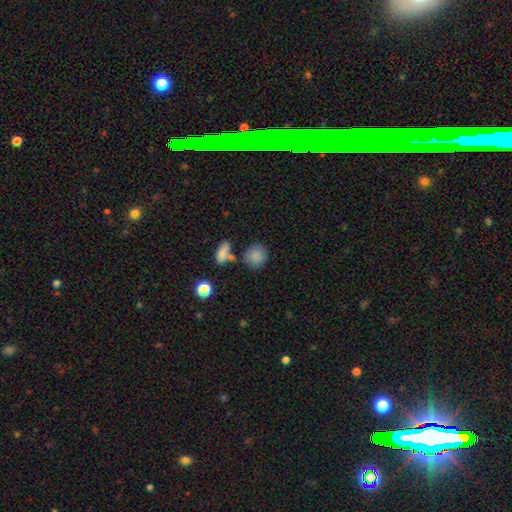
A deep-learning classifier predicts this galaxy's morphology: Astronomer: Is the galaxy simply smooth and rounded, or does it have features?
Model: smooth — 85%.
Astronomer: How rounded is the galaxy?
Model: round — 79%.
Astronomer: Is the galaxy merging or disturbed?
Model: none — 68%.